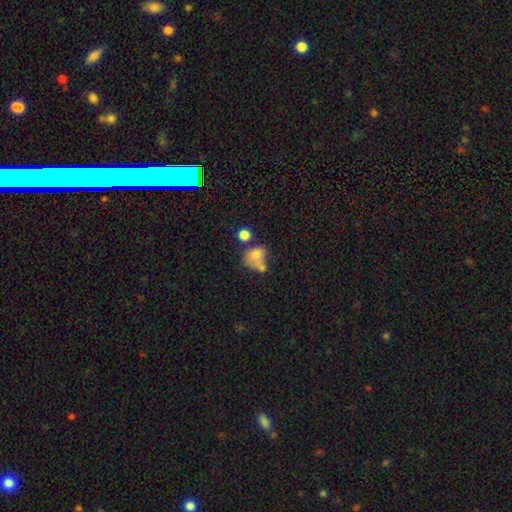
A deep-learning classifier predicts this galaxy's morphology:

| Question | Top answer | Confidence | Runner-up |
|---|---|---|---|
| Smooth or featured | smooth | 70% | featured or disk (19%) |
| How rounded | round | 57% | in between (41%) |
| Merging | merger | 42% | none (27%) |